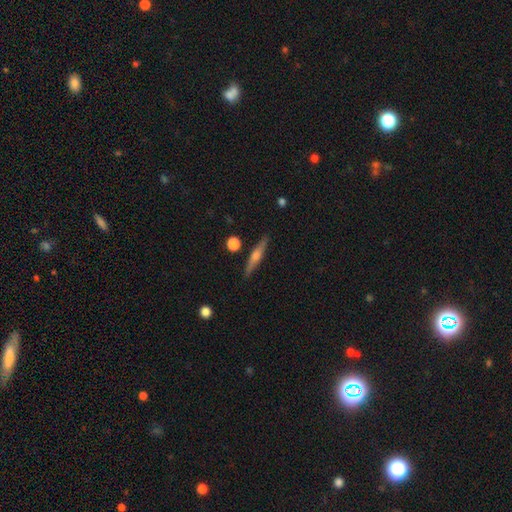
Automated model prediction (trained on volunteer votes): A featured or disk galaxy (58%) viewed edge-on (96%) with a rounded central bulge (81%).

Vote fractions:
- Smooth or featured? featured or disk: 58% / smooth: 35% / star or artifact: 7%
- Edge-on disk? yes: 96% / no: 4%
- Edge-on bulge? rounded: 81% / none: 11% / boxy: 8%
- Merging? none: 88% / minor disturbance: 8% / merger: 2% / major disturbance: 2%